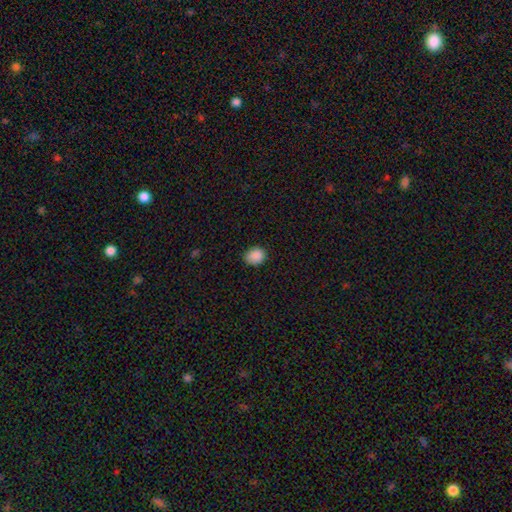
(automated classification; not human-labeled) Morphology: type=smooth (88%); roundness=round (55%); merging=none (82%).